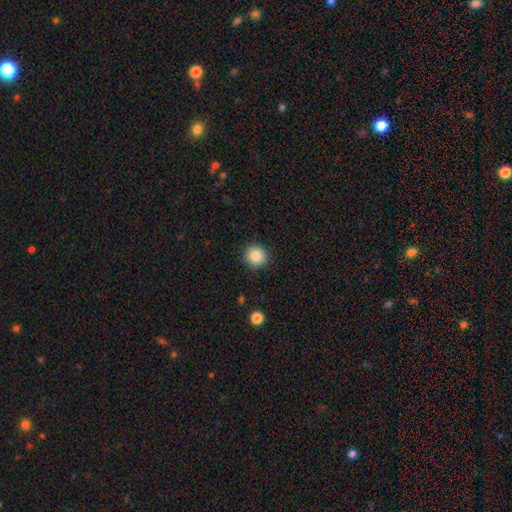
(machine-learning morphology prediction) smooth 85%, star or artifact 9%, featured or disk 5%. Down the decision tree: how rounded — round (93%); merging — none (91%).